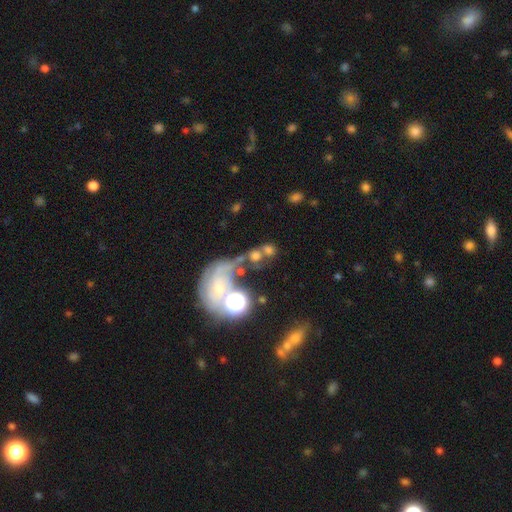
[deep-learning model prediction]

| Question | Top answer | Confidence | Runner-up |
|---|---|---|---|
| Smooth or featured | smooth | 54% | featured or disk (25%) |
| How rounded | round | 66% | in between (31%) |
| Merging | merger | 41% | none (30%) |